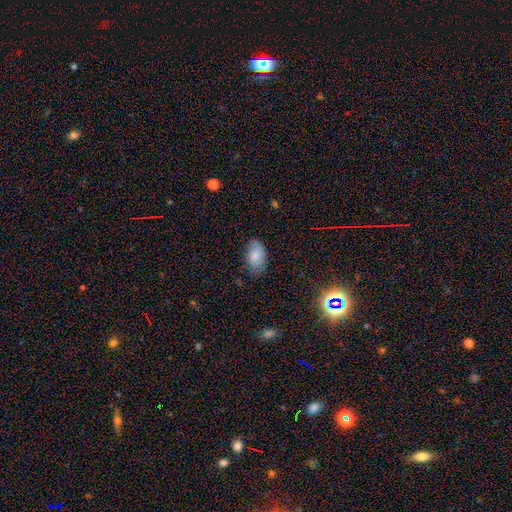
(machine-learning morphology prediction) Smooth or featured?
  - smooth: 81% *
  - featured or disk: 11%
  - star or artifact: 8%
How rounded?
  - in between: 93% *
  - round: 6%
  - cigar-shaped: 2%
Merging?
  - none: 70% *
  - minor disturbance: 23%
  - major disturbance: 5%
  - merger: 1%